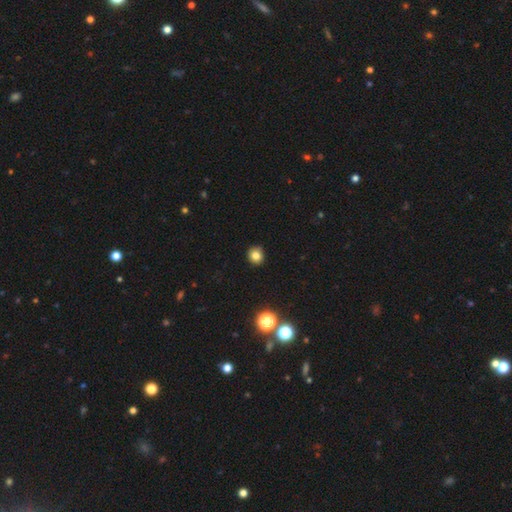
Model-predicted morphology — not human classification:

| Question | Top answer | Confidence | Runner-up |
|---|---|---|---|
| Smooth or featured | smooth | 80% | star or artifact (13%) |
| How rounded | round | 89% | in between (10%) |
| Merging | none | 90% | minor disturbance (7%) |